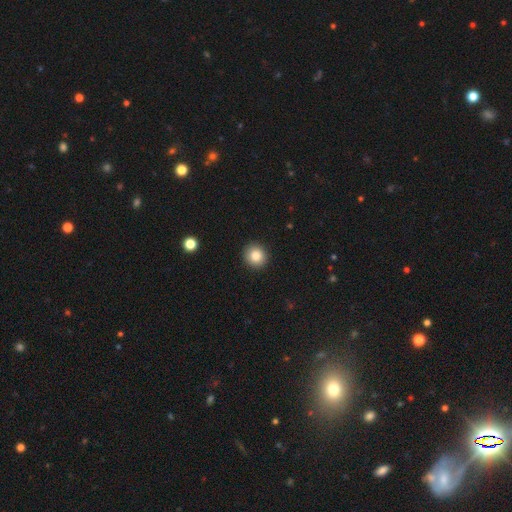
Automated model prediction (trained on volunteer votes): smooth 85%, star or artifact 9%, featured or disk 5%. Down the decision tree: how rounded — round (89%); merging — none (92%).